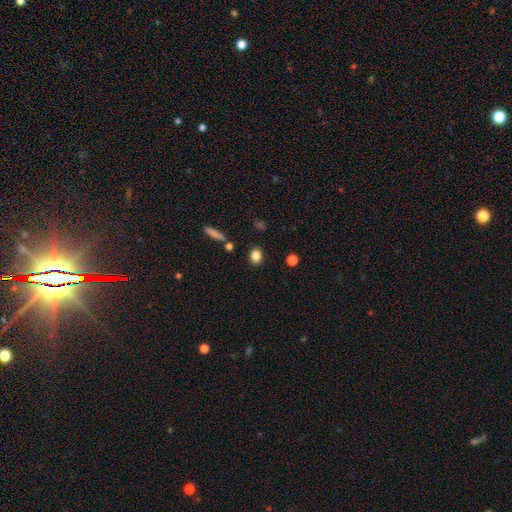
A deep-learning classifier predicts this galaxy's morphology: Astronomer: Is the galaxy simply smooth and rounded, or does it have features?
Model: smooth — 85%.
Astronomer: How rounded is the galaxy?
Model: in between — 53% (runner-up: round, 44%).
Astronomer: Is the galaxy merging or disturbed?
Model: none — 86%.